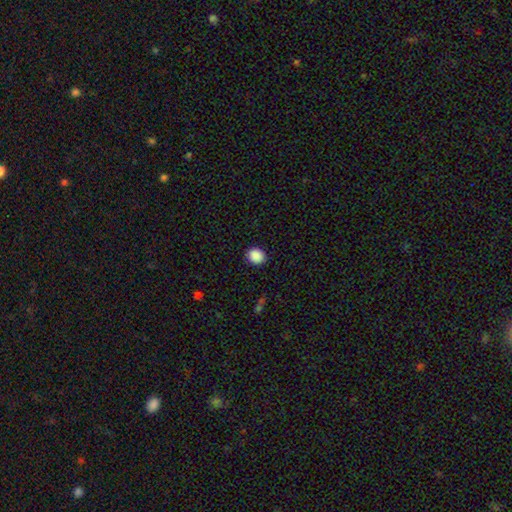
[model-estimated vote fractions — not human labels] smooth_or_featured: smooth (p=0.89) [alt: star or artifact p=0.08]
how_rounded: round (p=0.75) [alt: in between p=0.24]
merging: none (p=0.90) [alt: minor disturbance p=0.07]